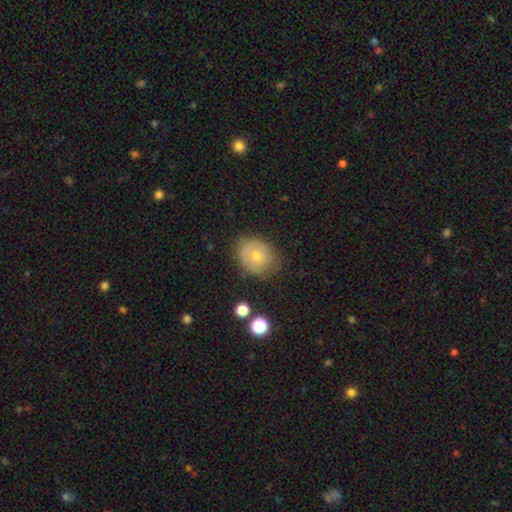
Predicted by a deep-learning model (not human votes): smooth_or_featured: smooth (p=0.62) [alt: featured or disk p=0.29]
how_rounded: round (p=0.58) [alt: in between p=0.41]
merging: none (p=0.70) [alt: minor disturbance p=0.22]